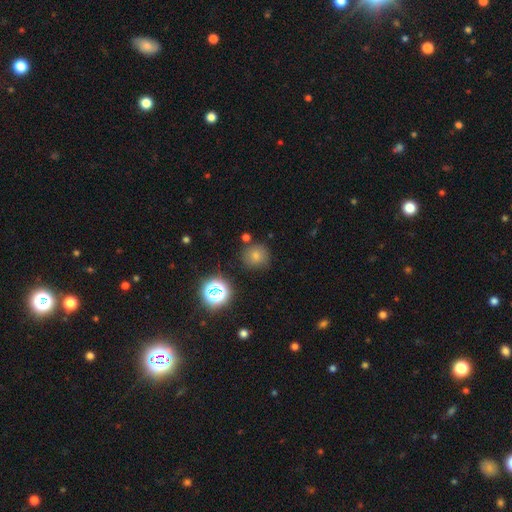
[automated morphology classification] smooth-or-featured: smooth: 72% | star or artifact: 20% | featured or disk: 8%
  how-rounded: round: 89% | in between: 10% | cigar-shaped: 1%
  merging: none: 78% | minor disturbance: 12% | merger: 6% | major disturbance: 4%